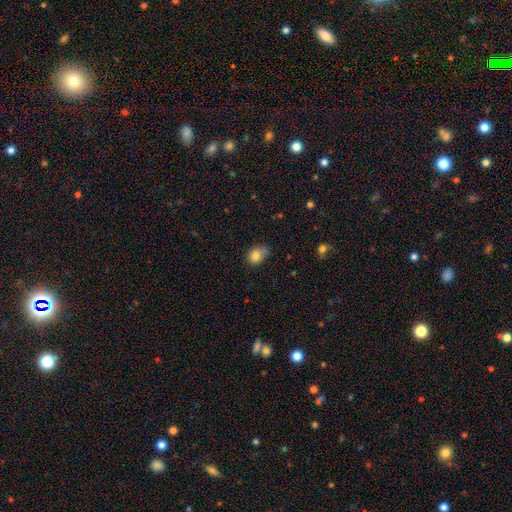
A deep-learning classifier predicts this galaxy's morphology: This is clearly a smooth galaxy (81%). How rounded: possibly in between (51%). Merging: possibly none (47%).